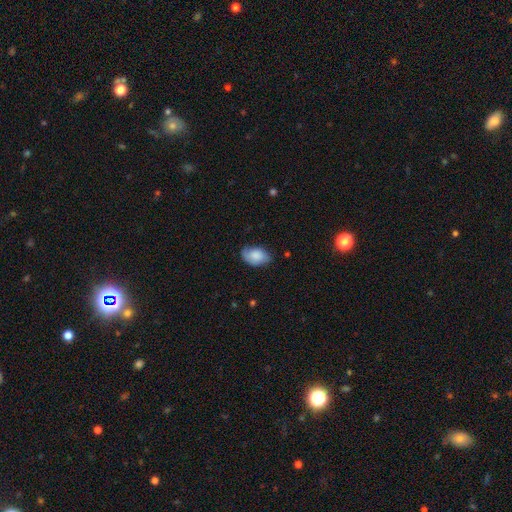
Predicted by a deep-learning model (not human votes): This is likely a smooth galaxy (73%). How rounded: clearly in between (90%). Merging: likely none (65%).